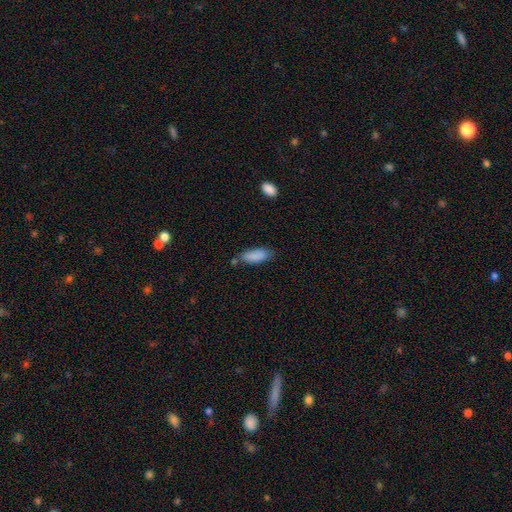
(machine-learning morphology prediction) Smooth or featured? smooth (87%)
How rounded? in between (78%)
Merging? none (63%)